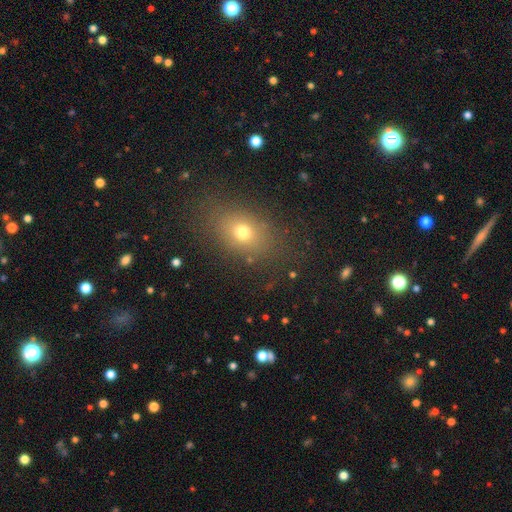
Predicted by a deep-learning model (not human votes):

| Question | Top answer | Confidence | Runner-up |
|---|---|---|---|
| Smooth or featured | smooth | 61% | star or artifact (29%) |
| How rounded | in between | 69% | round (28%) |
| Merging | none | 88% | minor disturbance (8%) |